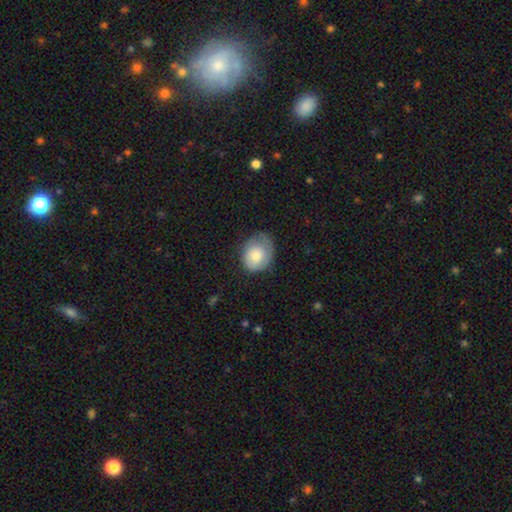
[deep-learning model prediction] A smooth galaxy with no disk features (77%) that is round (57%). Merging: none (54%).